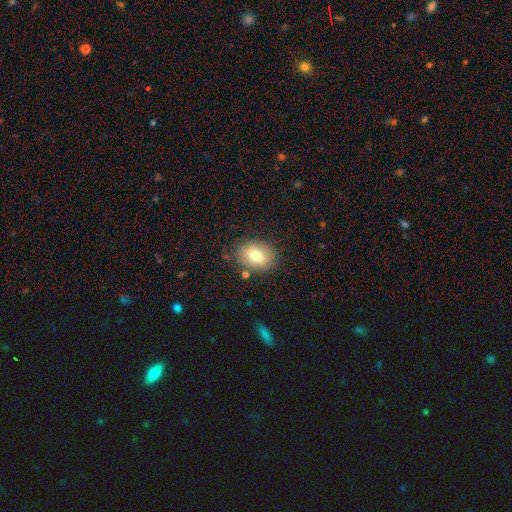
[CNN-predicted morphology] Smooth or featured?
  - smooth: 74% *
  - featured or disk: 17%
  - star or artifact: 9%
How rounded?
  - in between: 66% *
  - round: 32%
  - cigar-shaped: 1%
Merging?
  - none: 83% *
  - minor disturbance: 11%
  - major disturbance: 3%
  - merger: 3%